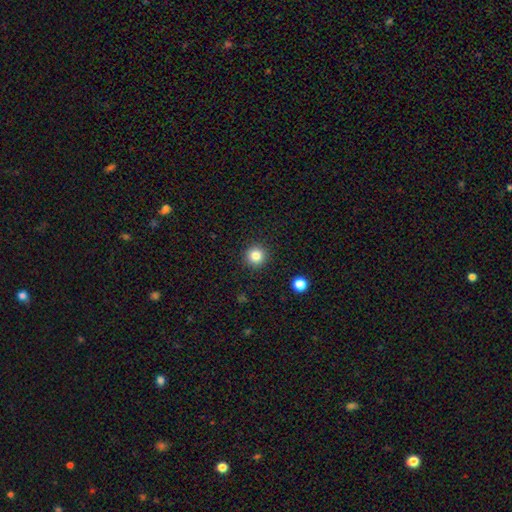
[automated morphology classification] Smooth or featured? smooth (83%)
How rounded? round (95%)
Merging? none (92%)